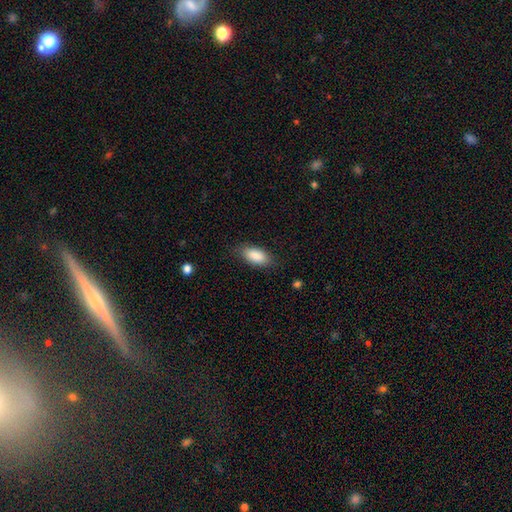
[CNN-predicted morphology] Overall: smooth (89%). How rounded: in between (89%). Merging: none (82%).